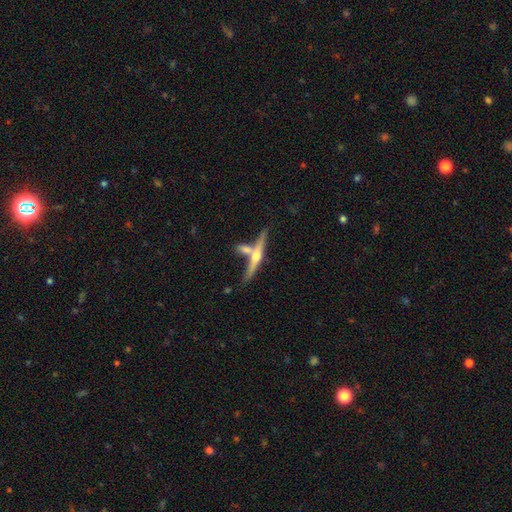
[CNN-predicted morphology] A featured or disk galaxy (71%) viewed edge-on (95%) with a rounded central bulge (90%). Merging: none (56%).